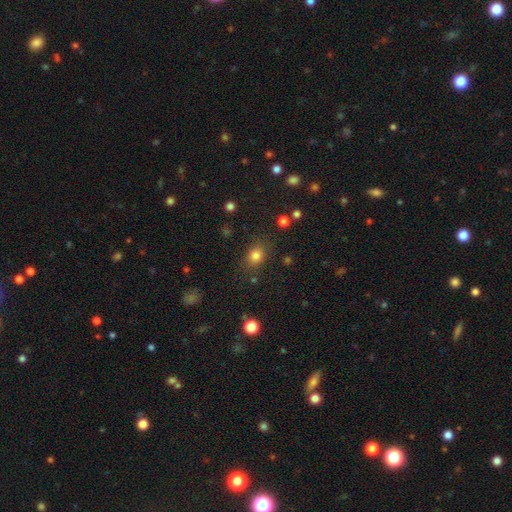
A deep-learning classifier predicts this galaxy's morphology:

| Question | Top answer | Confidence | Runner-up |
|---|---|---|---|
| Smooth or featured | smooth | 81% | star or artifact (13%) |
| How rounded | round | 55% | in between (44%) |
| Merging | none | 79% | minor disturbance (13%) |